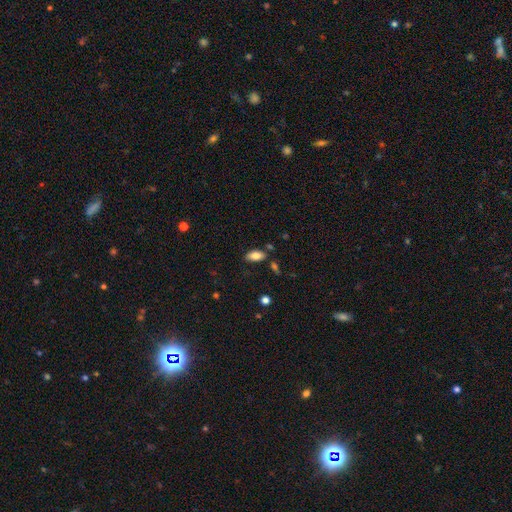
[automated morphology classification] Smooth or featured? Predicted: smooth (p=0.82). How rounded? Predicted: in between (p=0.91). Merging? Predicted: none (p=0.77).